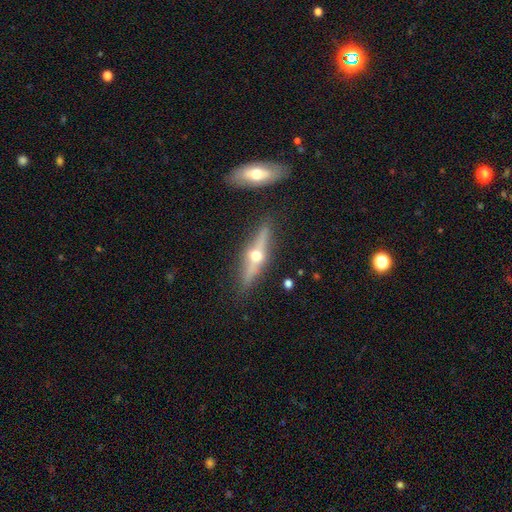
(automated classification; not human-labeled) Smooth or featured: featured or disk — 71% (smooth — 21%)
Edge-on disk: yes — 94% (no — 6%)
Edge-on bulge: rounded — 96% (none — 2%)
Merging: none — 87% (minor disturbance — 9%)